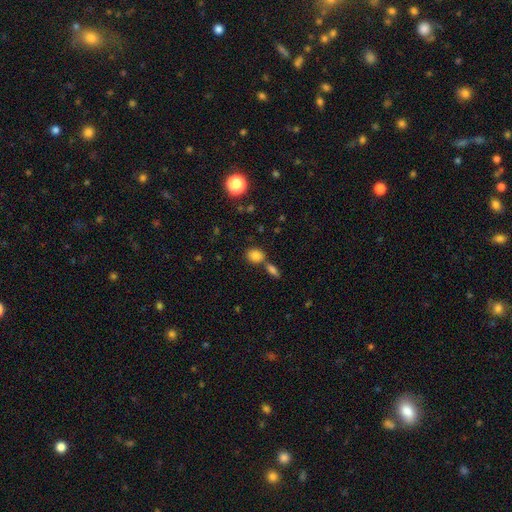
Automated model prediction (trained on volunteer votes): Overall: smooth (83%). How rounded: round (54%; in between 44%). Merging: none (61%; merger 26%).